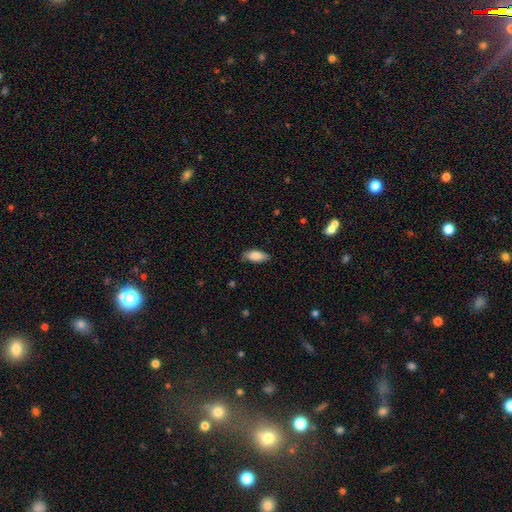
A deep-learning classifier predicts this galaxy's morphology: smooth_or_featured: smooth (p=0.83) [alt: featured or disk p=0.10]
how_rounded: in between (p=0.84) [alt: cigar-shaped p=0.14]
merging: none (p=0.78) [alt: minor disturbance p=0.17]